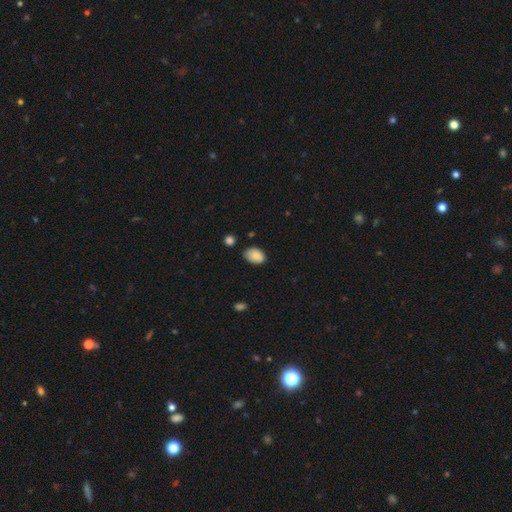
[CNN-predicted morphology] Q: Smooth or featured?
A: smooth (83%); runner-up: featured or disk (10%)
Q: How rounded?
A: in between (81%); runner-up: round (18%)
Q: Merging?
A: none (69%); runner-up: minor disturbance (24%)